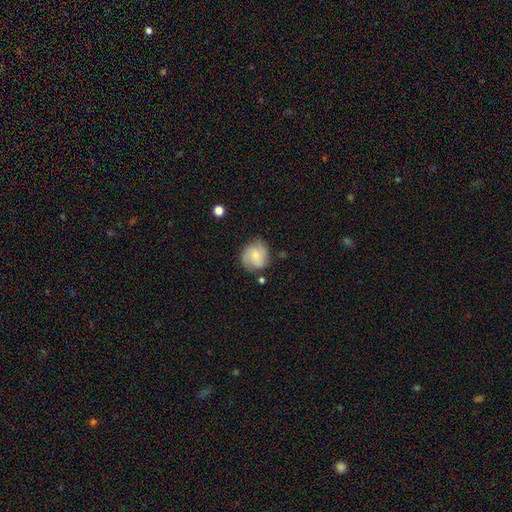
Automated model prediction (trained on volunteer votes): Smooth or featured: smooth — 50% (featured or disk — 43%)
Merging: none — 72% (minor disturbance — 19%)